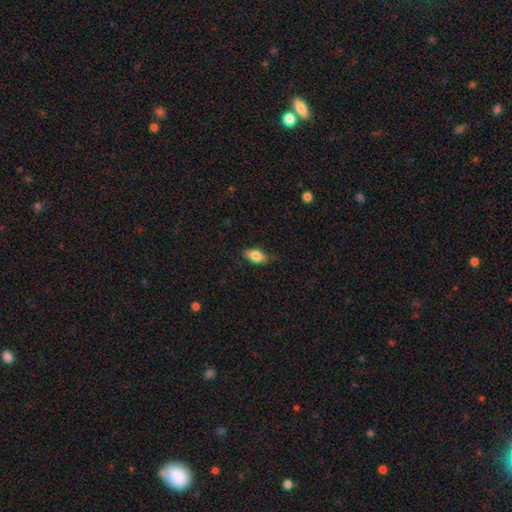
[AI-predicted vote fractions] This appears to be a smooth galaxy with no disk features (81%) that is in between round and cigar-shaped (87%). Merging: none (76%).